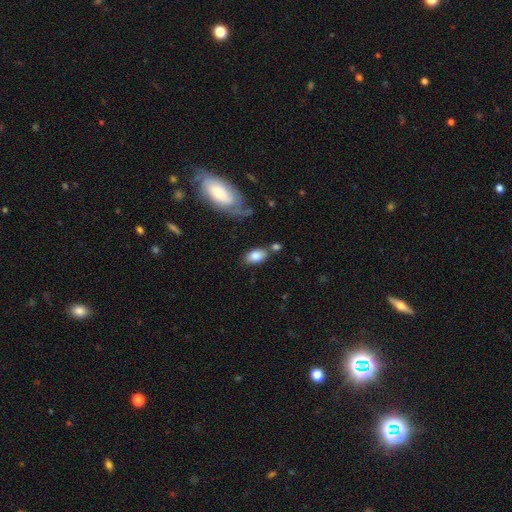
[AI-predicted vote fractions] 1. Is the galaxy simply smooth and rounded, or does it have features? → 81% smooth, 12% featured or disk, 7% star or artifact.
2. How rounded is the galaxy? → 91% in between, 5% round, 3% cigar-shaped.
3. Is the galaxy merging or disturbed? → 65% none, 17% minor disturbance, 13% merger, 5% major disturbance.